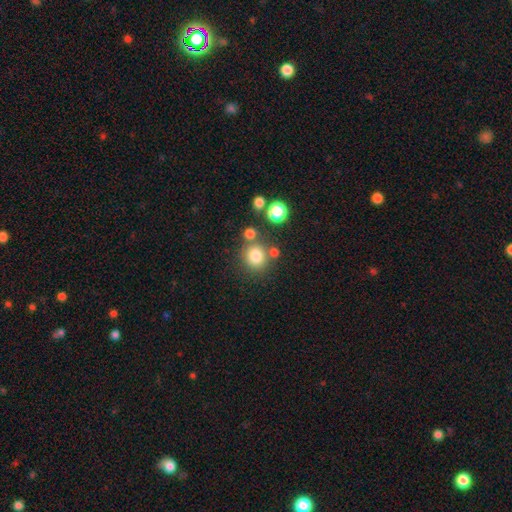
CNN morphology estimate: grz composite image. It shows a smooth galaxy with no disk features (79%) that is round (85%). Merging: none (72%).